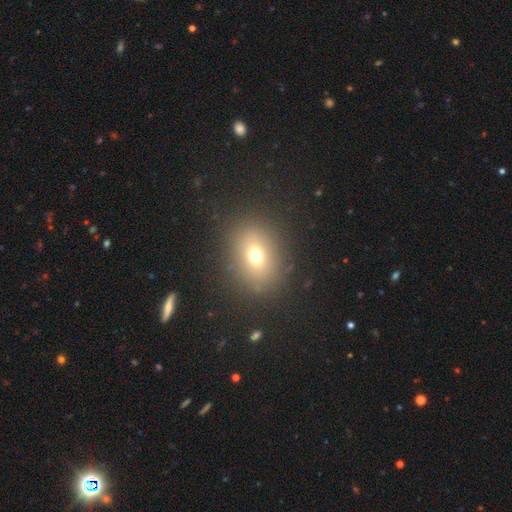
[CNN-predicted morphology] Smooth or featured?
  - smooth: 69% *
  - star or artifact: 17%
  - featured or disk: 14%
How rounded?
  - in between: 52% *
  - round: 47%
  - cigar-shaped: 1%
Merging?
  - none: 85% *
  - minor disturbance: 9%
  - major disturbance: 5%
  - merger: 2%